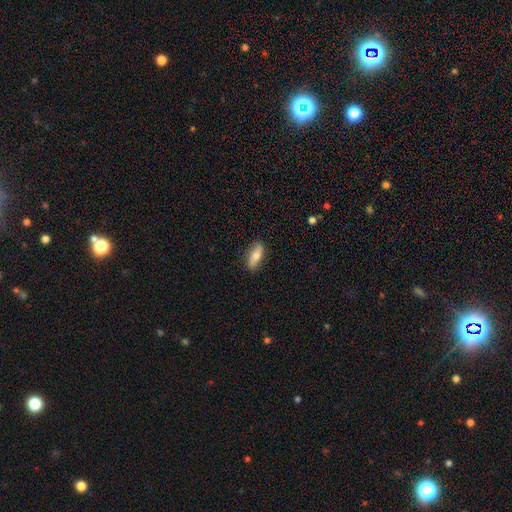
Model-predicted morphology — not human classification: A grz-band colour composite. It shows a smooth galaxy with no disk features (66%) that is in between round and cigar-shaped (65%). Merging: none (84%).